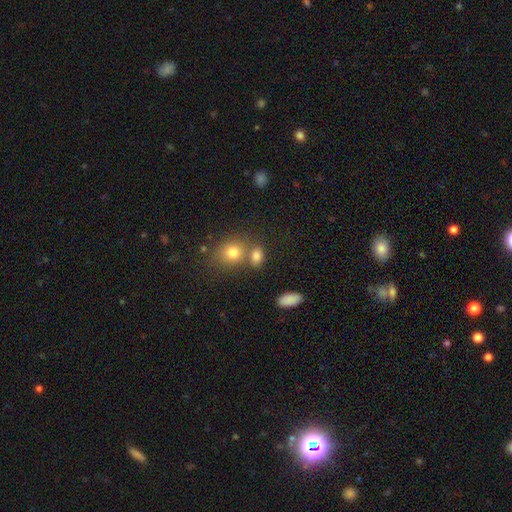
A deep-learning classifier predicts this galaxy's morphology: The model was most divided on "how rounded": round: 57%, in between: 41%, cigar-shaped: 2%. More confident: smooth or featured — smooth (74%); merging — none (55%).